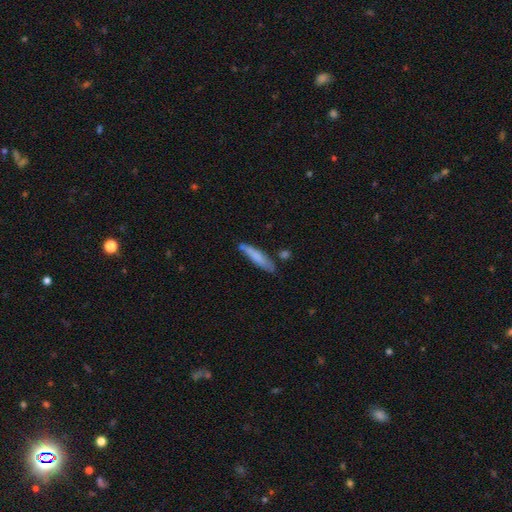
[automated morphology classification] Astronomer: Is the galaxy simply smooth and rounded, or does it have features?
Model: smooth — 72%.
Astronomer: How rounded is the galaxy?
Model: cigar-shaped — 87%.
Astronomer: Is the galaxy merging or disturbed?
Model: none — 72%.